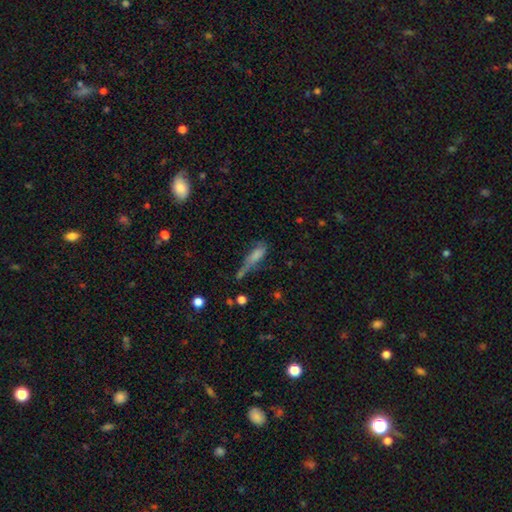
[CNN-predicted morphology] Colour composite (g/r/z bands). It shows a smooth galaxy with no disk features (68%) that is in between round and cigar-shaped (51%). Merging: major disturbance (28%).